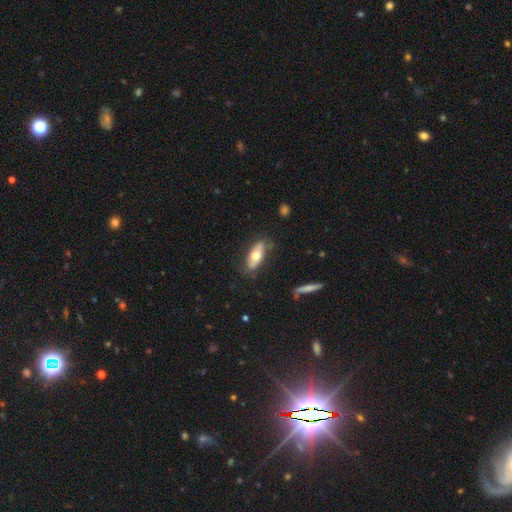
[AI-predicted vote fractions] Smooth or featured?
  - smooth: 60% *
  - featured or disk: 34%
  - star or artifact: 6%
How rounded?
  - in between: 70% *
  - cigar-shaped: 27%
  - round: 3%
Merging?
  - none: 77% *
  - minor disturbance: 16%
  - major disturbance: 4%
  - merger: 2%